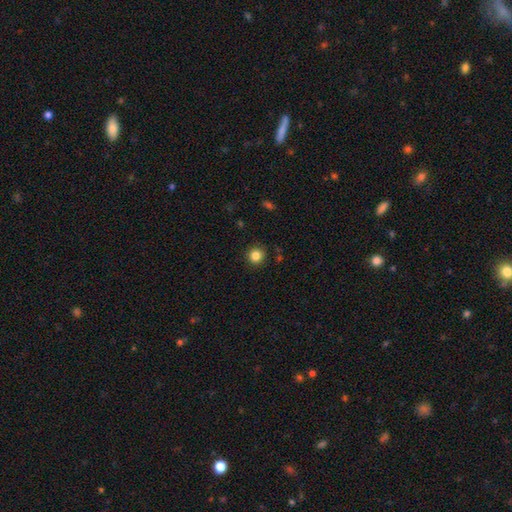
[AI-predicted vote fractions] This is clearly a smooth galaxy (84%). How rounded: clearly round (93%). Merging: clearly none (90%).